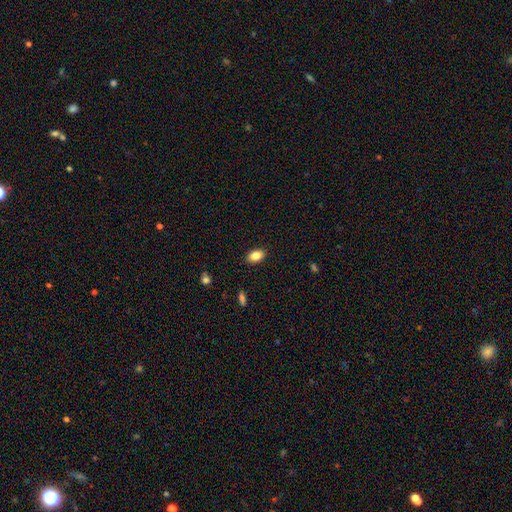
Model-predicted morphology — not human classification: This is clearly a smooth galaxy (85%). How rounded: clearly in between (88%). Merging: clearly none (89%).